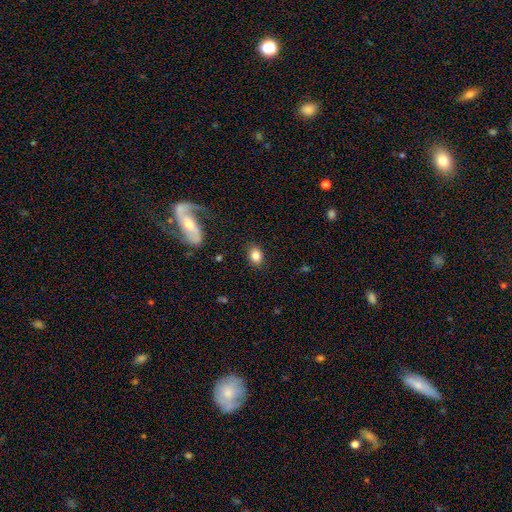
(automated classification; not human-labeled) The model was most divided on "how rounded": in between: 61%, round: 37%, cigar-shaped: 1%. More confident: merging — none (85%); smooth or featured — smooth (83%).